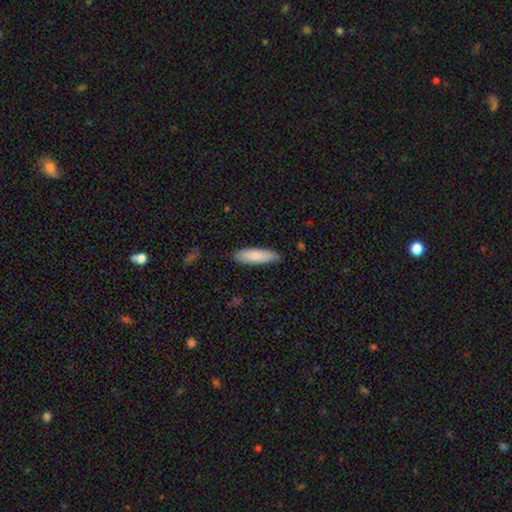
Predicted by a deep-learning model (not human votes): smooth 83%, featured or disk 12%, star or artifact 5%. Down the decision tree: how rounded — cigar-shaped (57%); merging — none (80%).